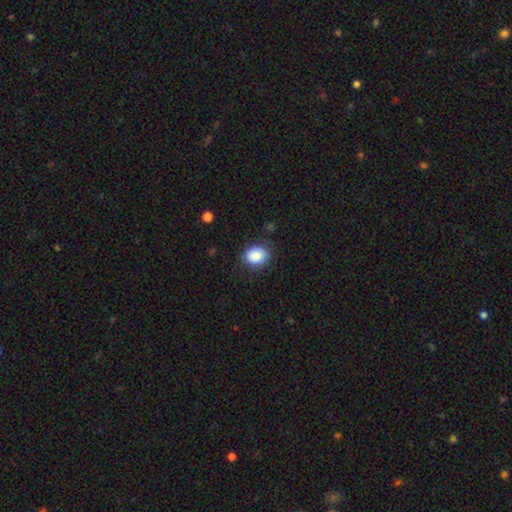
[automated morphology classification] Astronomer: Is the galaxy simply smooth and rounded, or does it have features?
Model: smooth — 87%.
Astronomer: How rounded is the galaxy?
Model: in between — 64%.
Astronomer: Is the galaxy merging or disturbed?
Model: none — 83%.